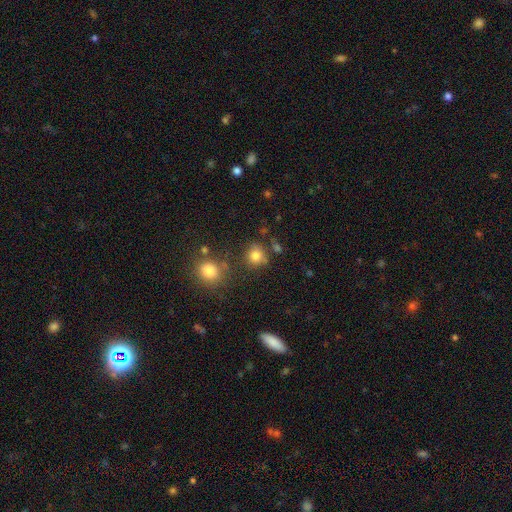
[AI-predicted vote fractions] The model was most divided on "merging": none: 73%, minor disturbance: 12%, merger: 10%, major disturbance: 5%. More confident: how rounded — round (86%); smooth or featured — smooth (80%).